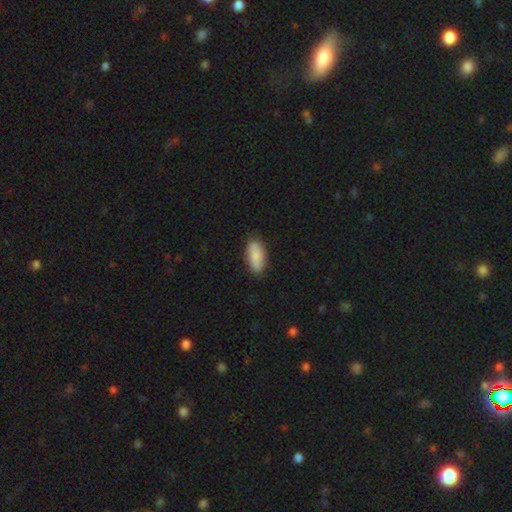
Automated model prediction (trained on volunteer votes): A smooth galaxy with no disk features (76%) that is in between round and cigar-shaped (90%). Merging: none (82%).